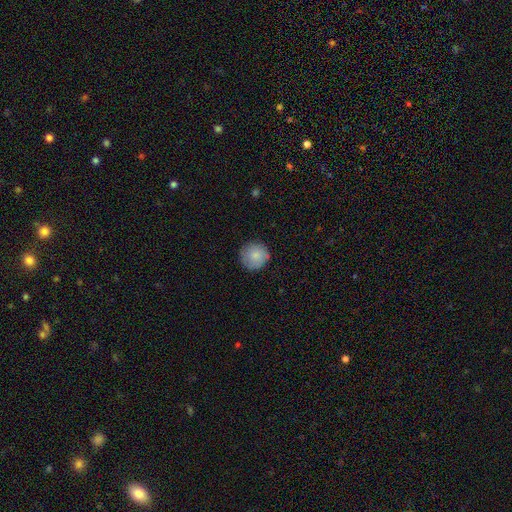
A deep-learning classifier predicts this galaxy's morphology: The model was most divided on "merging": none: 84%, minor disturbance: 13%, major disturbance: 3%, merger: 1%. More confident: how rounded — round (94%); smooth or featured — smooth (83%).